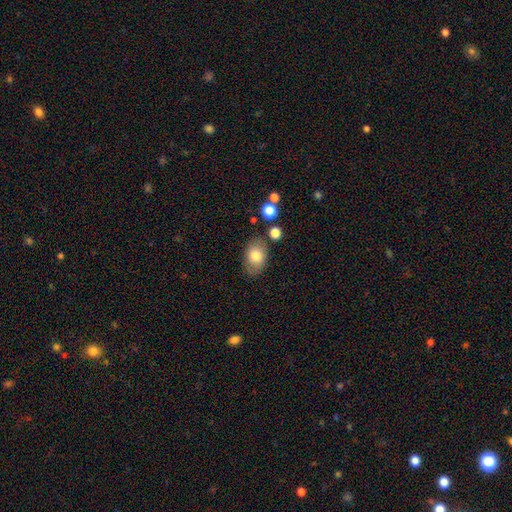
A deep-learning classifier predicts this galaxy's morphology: smooth 79%, featured or disk 13%, star or artifact 8%. Down the decision tree: how rounded — in between (80%); merging — none (75%).